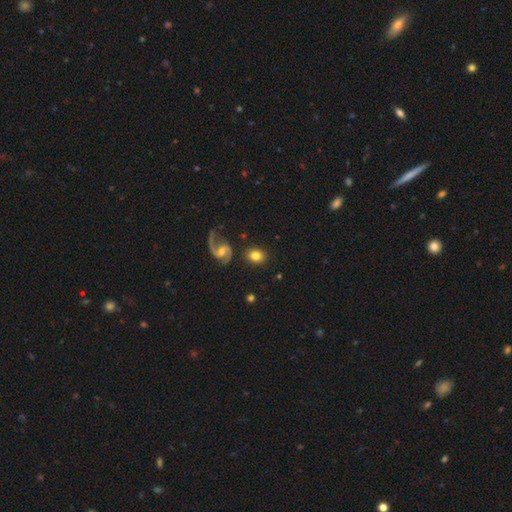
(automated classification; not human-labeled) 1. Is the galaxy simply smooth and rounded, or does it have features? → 72% smooth, 21% featured or disk, 7% star or artifact.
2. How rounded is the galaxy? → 60% round, 39% in between, 2% cigar-shaped.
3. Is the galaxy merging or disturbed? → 83% none, 10% minor disturbance, 4% merger, 4% major disturbance.